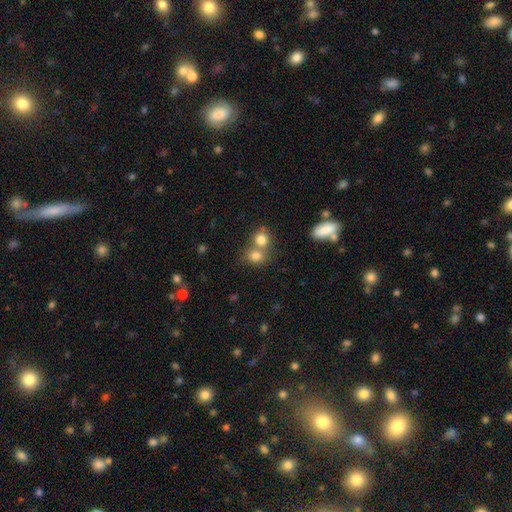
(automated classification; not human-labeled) smooth 79%, star or artifact 12%, featured or disk 9%. Down the decision tree: how rounded — round (71%); merging — merger (49%).